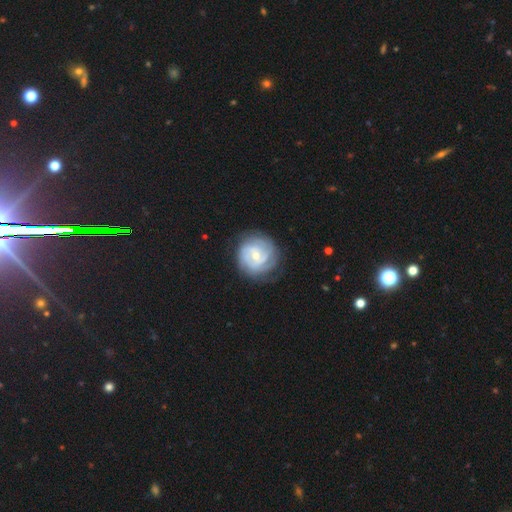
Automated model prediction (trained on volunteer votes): This is likely a featured or disk galaxy (79%). It is clearly not viewed edge-on (98%). Bar: possibly no (52%). Spiral arm pattern: clearly yes (92%). Spiral arm count: marginally can't tell (35%). Spiral winding: likely tight (67%). Central bulge: possibly small (51%). Merging: likely none (76%).